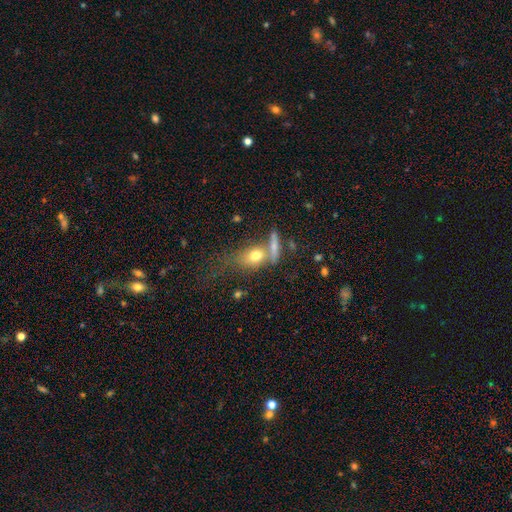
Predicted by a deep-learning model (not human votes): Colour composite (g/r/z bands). It shows a smooth galaxy with no disk features (69%) that is in between round and cigar-shaped (65%). Merging: none (39%).